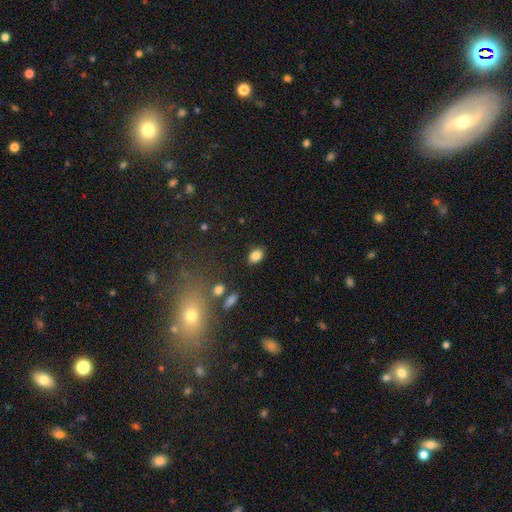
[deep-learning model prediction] smooth_or_featured: smooth (p=0.84) [alt: star or artifact p=0.10]
how_rounded: in between (p=0.76) [alt: round p=0.22]
merging: none (p=0.84) [alt: minor disturbance p=0.10]